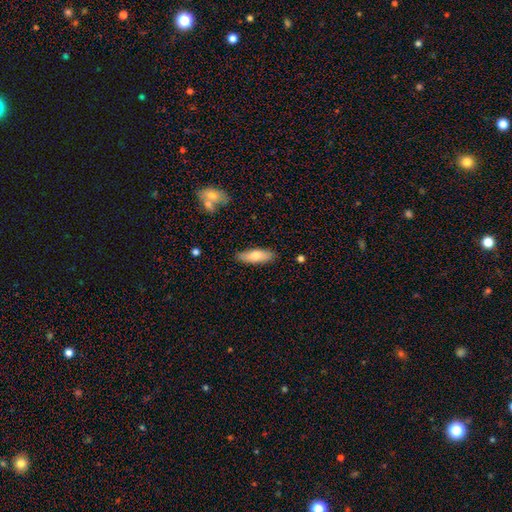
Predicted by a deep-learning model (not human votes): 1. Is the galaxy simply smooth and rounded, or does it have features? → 75% smooth, 19% featured or disk, 6% star or artifact.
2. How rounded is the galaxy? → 58% in between, 40% cigar-shaped, 2% round.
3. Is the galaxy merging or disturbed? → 86% none, 10% minor disturbance, 2% major disturbance, 1% merger.